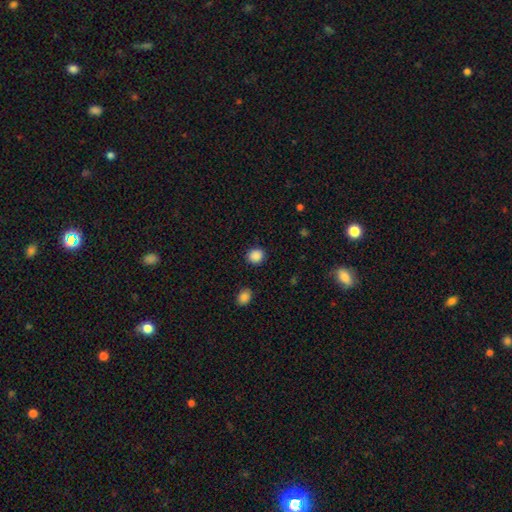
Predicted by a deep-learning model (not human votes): smooth-or-featured: smooth: 88% | star or artifact: 9% | featured or disk: 3%
  how-rounded: round: 83% | in between: 16% | cigar-shaped: 1%
  merging: none: 89% | minor disturbance: 7% | major disturbance: 2% | merger: 2%